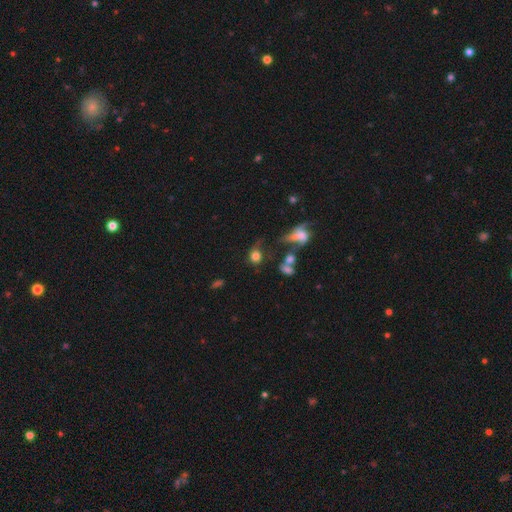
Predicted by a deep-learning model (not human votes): Morphology: type=smooth (72%); roundness=round (68%); merging=none (42%).